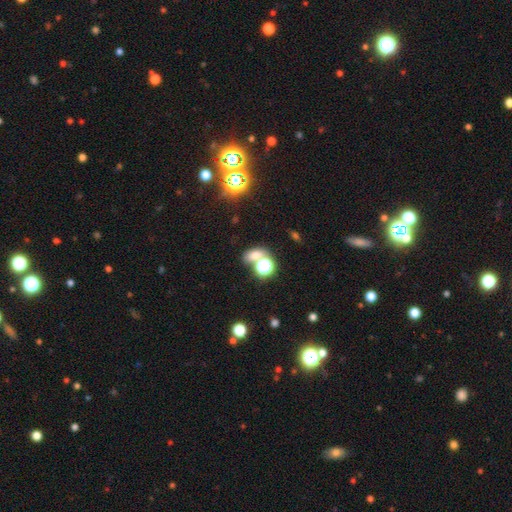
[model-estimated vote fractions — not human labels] Smooth or featured?
  - smooth: 60% *
  - star or artifact: 30%
  - featured or disk: 11%
How rounded?
  - in between: 61% *
  - round: 35%
  - cigar-shaped: 4%
Merging?
  - none: 54% *
  - merger: 32%
  - minor disturbance: 10%
  - major disturbance: 5%